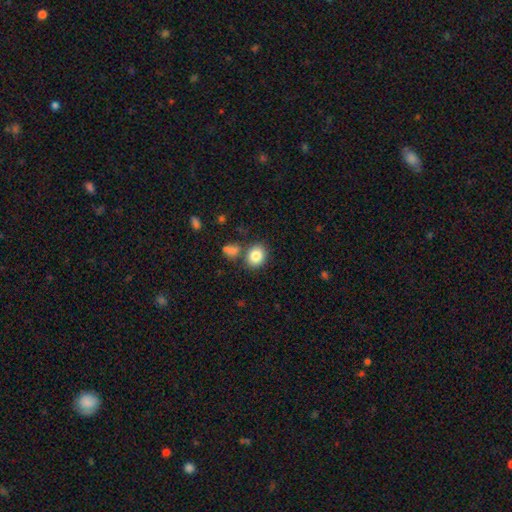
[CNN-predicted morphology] Q: Smooth or featured?
A: smooth (84%); runner-up: star or artifact (9%)
Q: How rounded?
A: round (55%); runner-up: in between (44%)
Q: Merging?
A: none (73%); runner-up: merger (13%)